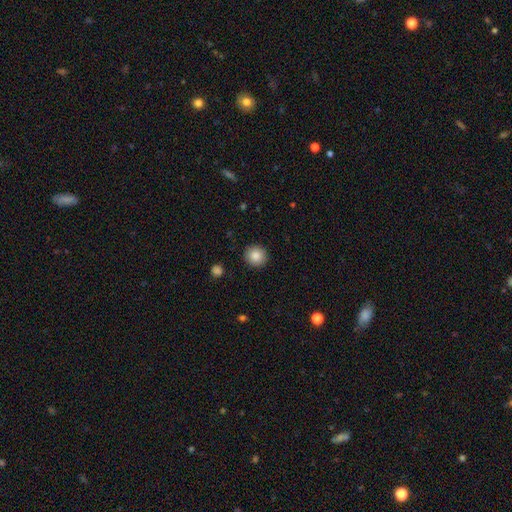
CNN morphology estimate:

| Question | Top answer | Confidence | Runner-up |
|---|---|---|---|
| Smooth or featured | smooth | 87% | star or artifact (9%) |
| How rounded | round | 93% | in between (6%) |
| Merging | none | 91% | minor disturbance (6%) |